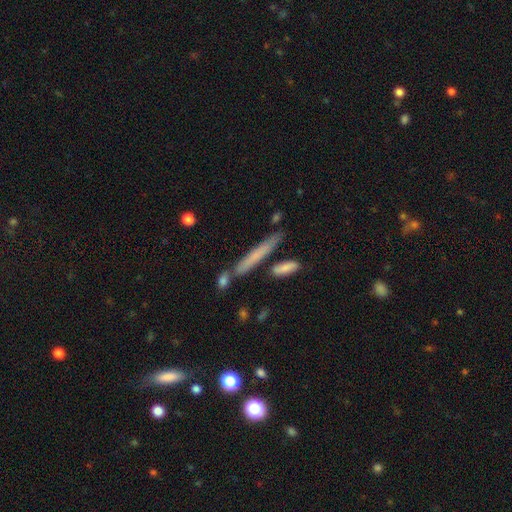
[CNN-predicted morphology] Smooth or featured? smooth (58%)
How rounded? cigar-shaped (94%)
Merging? none (79%)